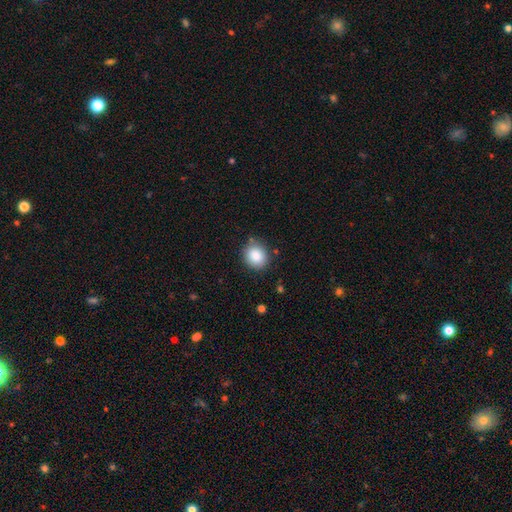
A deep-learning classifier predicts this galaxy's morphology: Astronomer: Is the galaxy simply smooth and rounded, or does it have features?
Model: smooth — 87%.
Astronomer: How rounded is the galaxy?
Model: round — 74%.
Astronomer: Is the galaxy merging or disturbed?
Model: none — 83%.